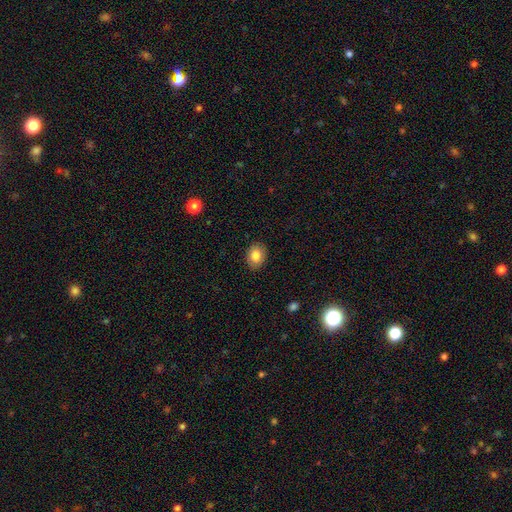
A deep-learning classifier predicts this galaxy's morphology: A smooth galaxy with no disk features (82%) that is in between round and cigar-shaped (63%).

Vote fractions:
- Smooth or featured? smooth: 82% / featured or disk: 9% / star or artifact: 8%
- How rounded? in between: 63% / round: 36% / cigar-shaped: 1%
- Merging? none: 89% / minor disturbance: 8% / major disturbance: 2% / merger: 1%